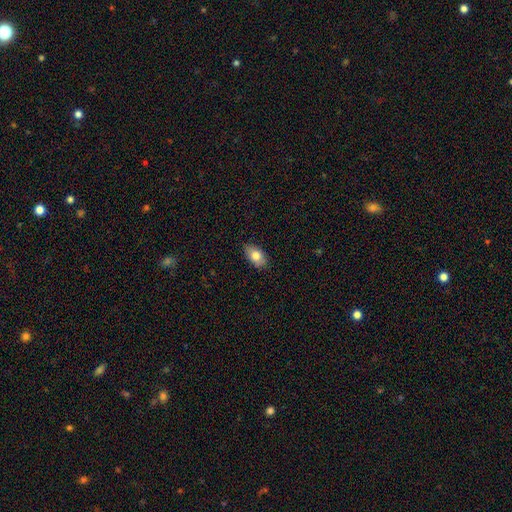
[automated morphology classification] Smooth or featured?
  - smooth: 80% *
  - featured or disk: 13%
  - star or artifact: 7%
How rounded?
  - in between: 91% *
  - round: 7%
  - cigar-shaped: 2%
Merging?
  - none: 81% *
  - minor disturbance: 15%
  - major disturbance: 2%
  - merger: 1%